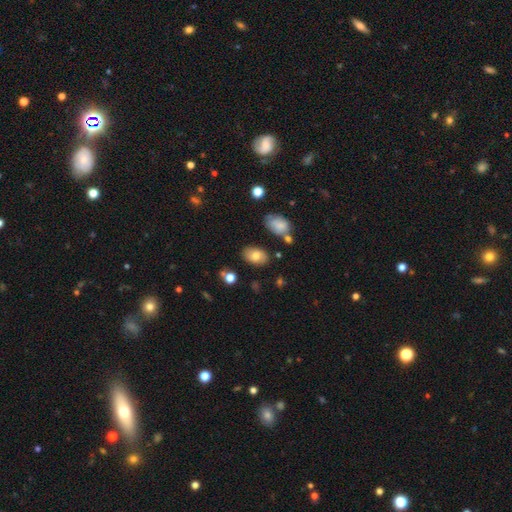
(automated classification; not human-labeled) Morphology: type=smooth (74%); roundness=in between (87%); merging=none (78%).